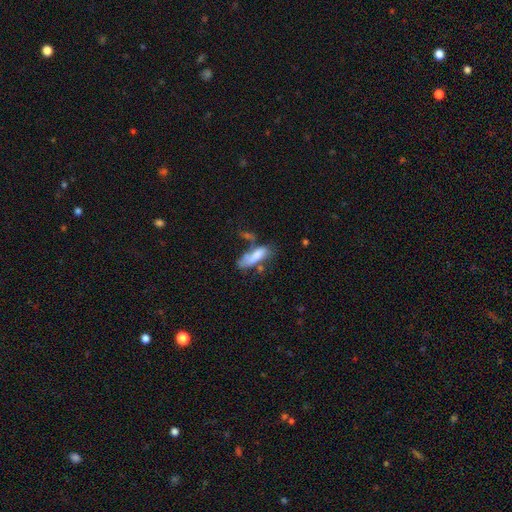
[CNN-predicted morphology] smooth_or_featured: smooth (p=0.69) [alt: featured or disk p=0.23]
how_rounded: in between (p=0.59) [alt: cigar-shaped p=0.39]
merging: none (p=0.29) [alt: merger p=0.26]